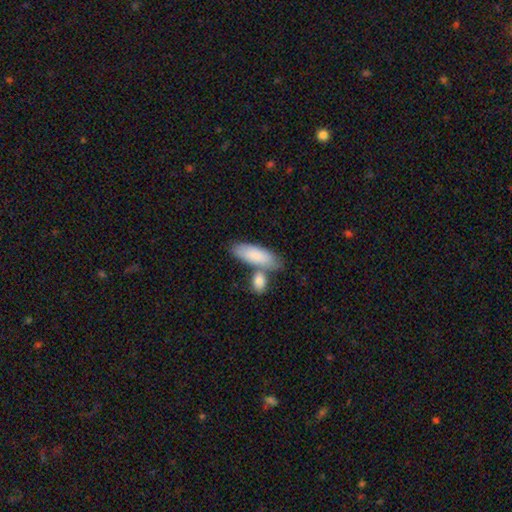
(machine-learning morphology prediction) Smooth or featured? Predicted: smooth (p=0.83). How rounded? Predicted: in between (p=0.68). Merging? Predicted: none (p=0.52).